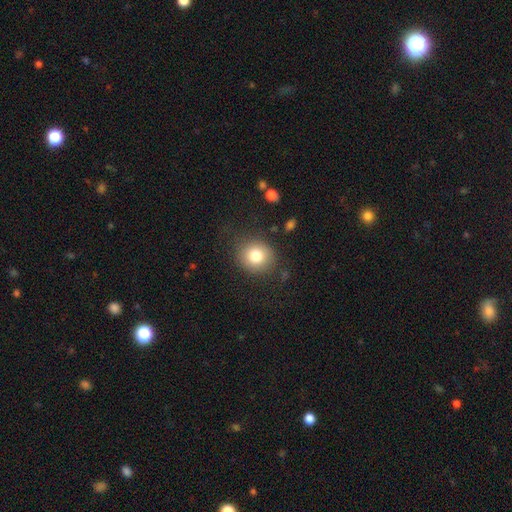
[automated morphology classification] Smooth or featured? smooth (79%)
How rounded? round (83%)
Merging? none (82%)